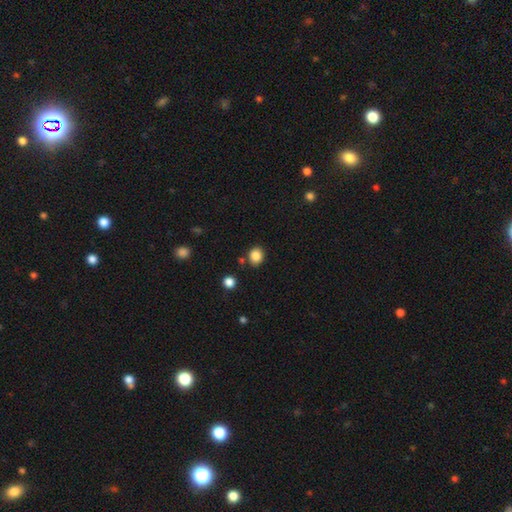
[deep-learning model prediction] Smooth or featured: smooth — 85% (star or artifact — 10%)
How rounded: round — 69% (in between — 31%)
Merging: none — 82% (minor disturbance — 10%)